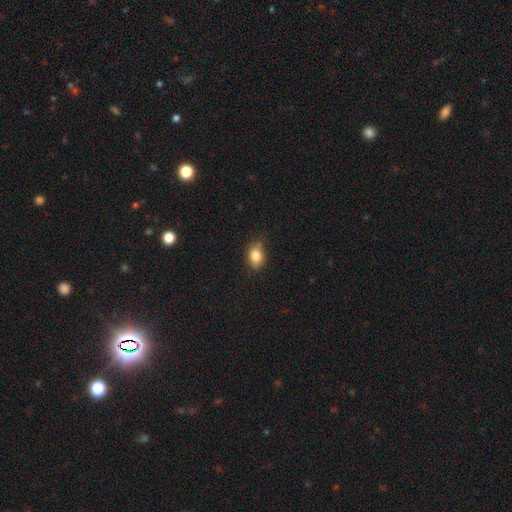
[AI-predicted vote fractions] Smooth or featured?
  - smooth: 84% *
  - star or artifact: 9%
  - featured or disk: 8%
How rounded?
  - in between: 70% *
  - round: 29%
  - cigar-shaped: 1%
Merging?
  - none: 72% *
  - minor disturbance: 22%
  - major disturbance: 4%
  - merger: 2%